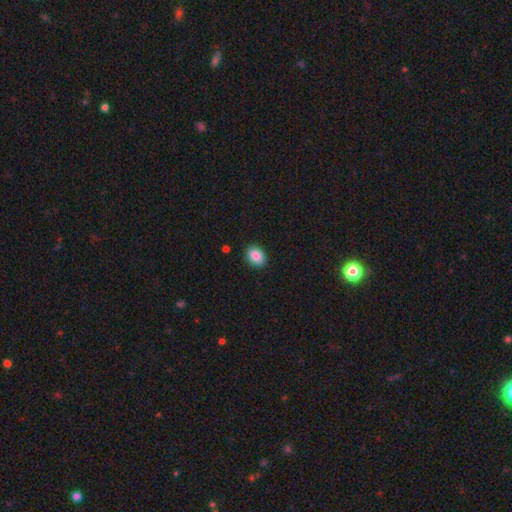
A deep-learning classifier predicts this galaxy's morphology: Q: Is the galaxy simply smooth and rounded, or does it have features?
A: smooth — 88%.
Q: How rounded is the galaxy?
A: in between — 70%.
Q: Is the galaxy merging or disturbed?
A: none — 89%.